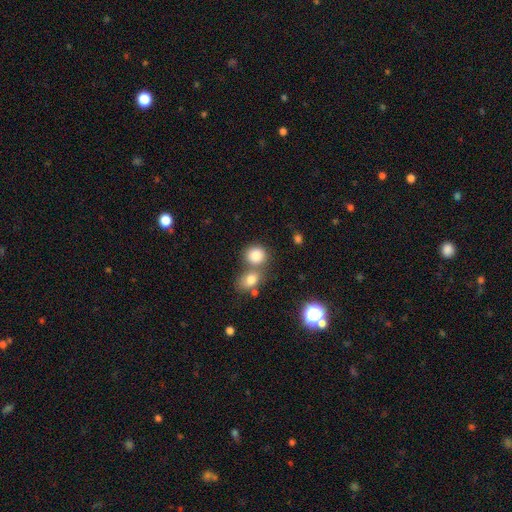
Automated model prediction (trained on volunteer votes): This appears to be a smooth galaxy with no disk features (83%) that is round (77%). Merging: none (51%).